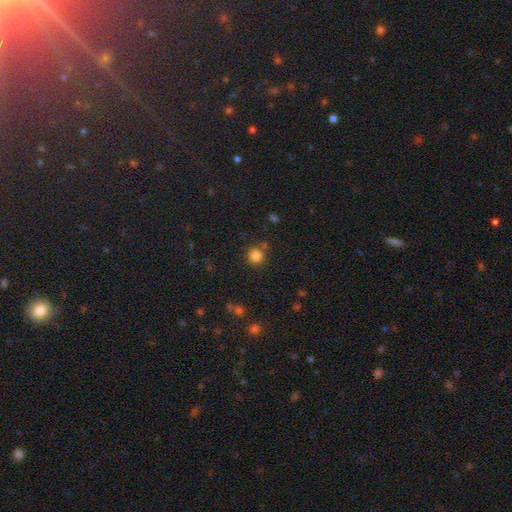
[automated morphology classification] This is clearly a smooth galaxy (82%). How rounded: clearly round (92%). Merging: clearly none (81%).